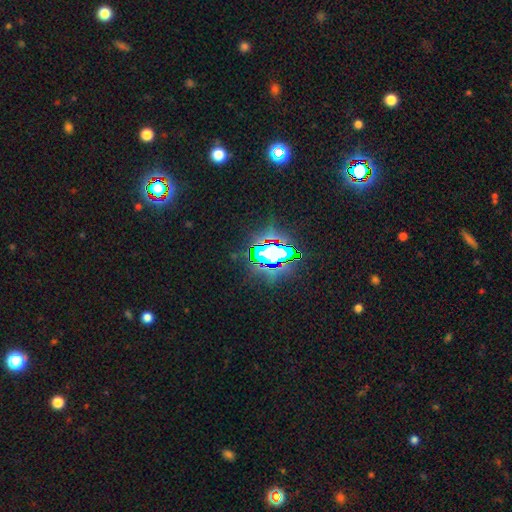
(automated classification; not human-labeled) smooth_or_featured: star or artifact (p=0.80) [alt: smooth p=0.12]